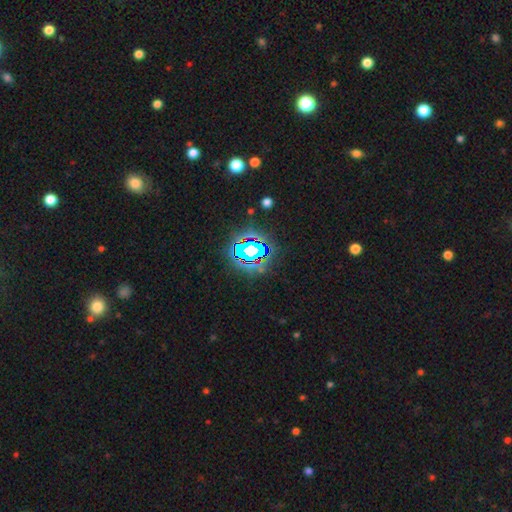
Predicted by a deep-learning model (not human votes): smooth-or-featured: star or artifact: 79% | smooth: 13% | featured or disk: 8%